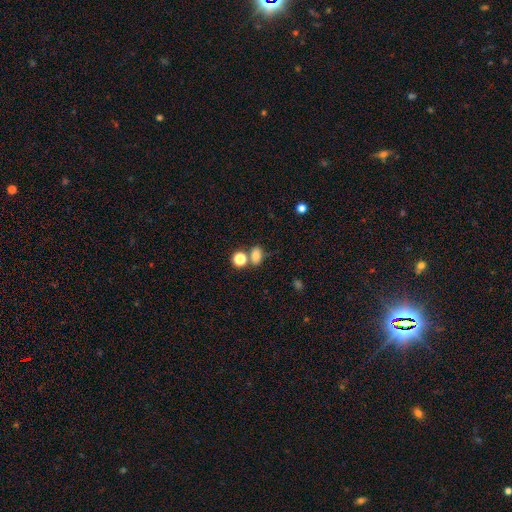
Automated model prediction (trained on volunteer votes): Smooth or featured? smooth (78%)
How rounded? in between (69%)
Merging? none (56%)